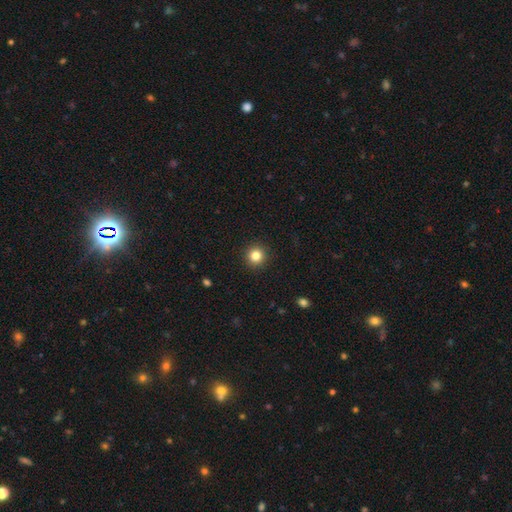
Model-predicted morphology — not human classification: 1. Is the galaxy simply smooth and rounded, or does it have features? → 83% smooth, 12% star or artifact, 5% featured or disk.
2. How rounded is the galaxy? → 95% round, 4% in between, 1% cigar-shaped.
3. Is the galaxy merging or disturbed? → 93% none, 5% minor disturbance, 2% major disturbance, 1% merger.